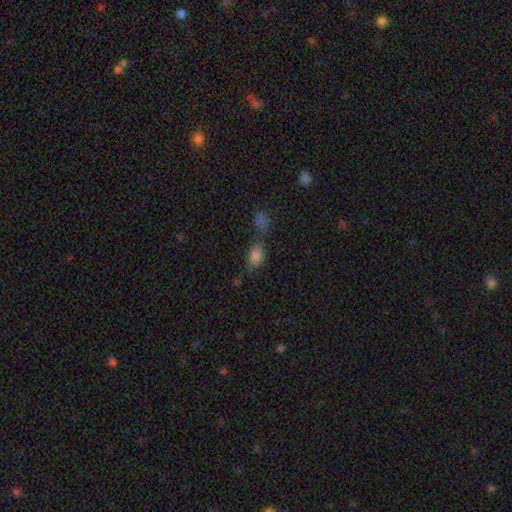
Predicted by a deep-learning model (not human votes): A smooth galaxy with no disk features (78%) that is in between round and cigar-shaped (83%).

Vote fractions:
- Smooth or featured? smooth: 78% / star or artifact: 15% / featured or disk: 7%
- How rounded? in between: 83% / round: 14% / cigar-shaped: 2%
- Merging? none: 55% / merger: 22% / minor disturbance: 17% / major disturbance: 7%